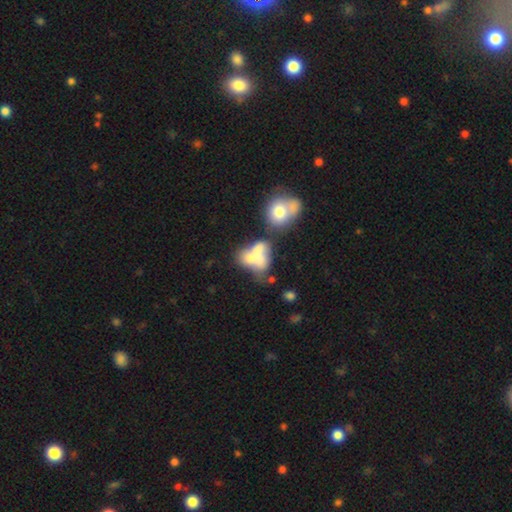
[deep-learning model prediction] Smooth or featured? Predicted: smooth (p=0.59). How rounded? Predicted: in between (p=0.78). Merging? Predicted: merger (p=0.54).